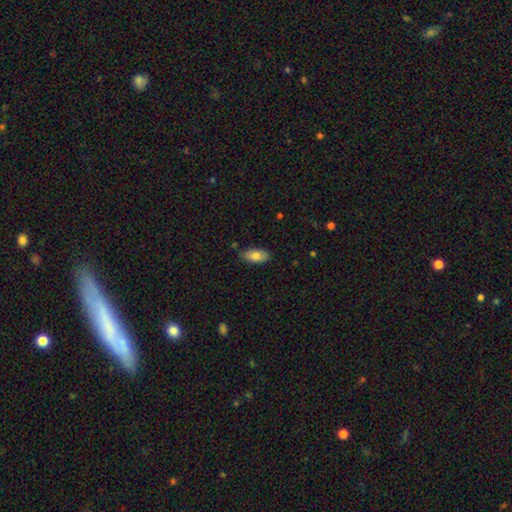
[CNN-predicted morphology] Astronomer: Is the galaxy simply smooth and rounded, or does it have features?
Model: smooth — 81%.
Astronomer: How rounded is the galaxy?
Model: in between — 89%.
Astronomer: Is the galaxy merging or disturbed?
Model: none — 82%.